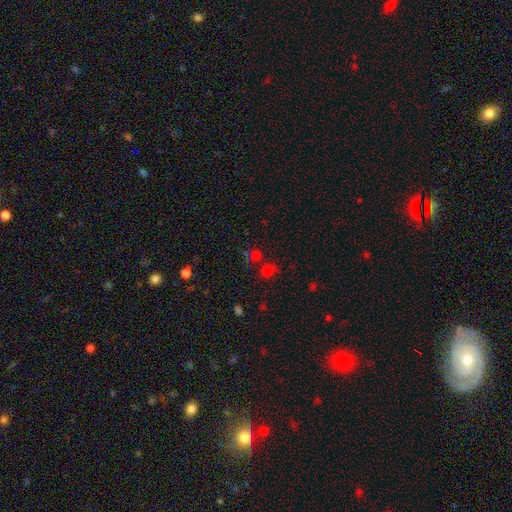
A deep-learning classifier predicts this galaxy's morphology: smooth_or_featured: smooth (p=0.54) [alt: star or artifact p=0.38]
how_rounded: round (p=0.77) [alt: in between p=0.22]
merging: none (p=0.56) [alt: merger p=0.27]